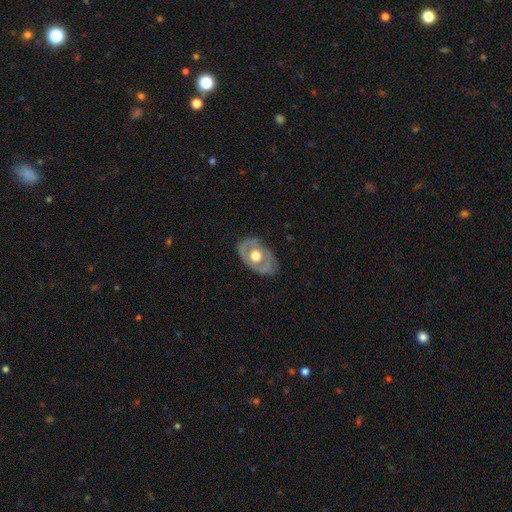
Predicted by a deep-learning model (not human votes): smooth_or_featured: featured or disk (p=0.62) [alt: smooth p=0.33]
disk_edge_on: no (p=0.91) [alt: yes p=0.09]
bar: no (p=0.88) [alt: weak p=0.10]
has_spiral_arms: no (p=0.77) [alt: yes p=0.23]
bulge_size: moderate (p=0.52) [alt: large p=0.43]
merging: none (p=0.75) [alt: minor disturbance p=0.18]